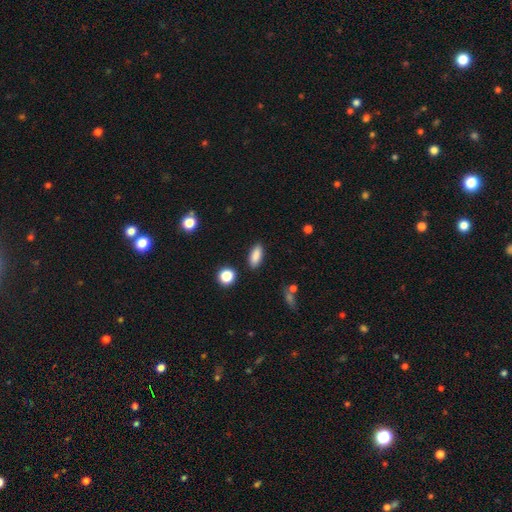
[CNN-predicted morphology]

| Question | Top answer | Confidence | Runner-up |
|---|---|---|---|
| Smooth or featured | smooth | 87% | star or artifact (8%) |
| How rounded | in between | 80% | cigar-shaped (17%) |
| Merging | none | 87% | minor disturbance (8%) |